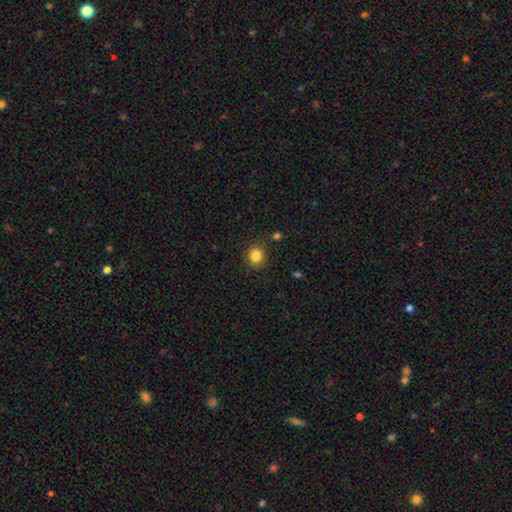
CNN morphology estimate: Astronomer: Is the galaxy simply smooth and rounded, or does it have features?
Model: smooth — 84%.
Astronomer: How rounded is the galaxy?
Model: round — 79%.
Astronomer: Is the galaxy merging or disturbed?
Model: none — 86%.